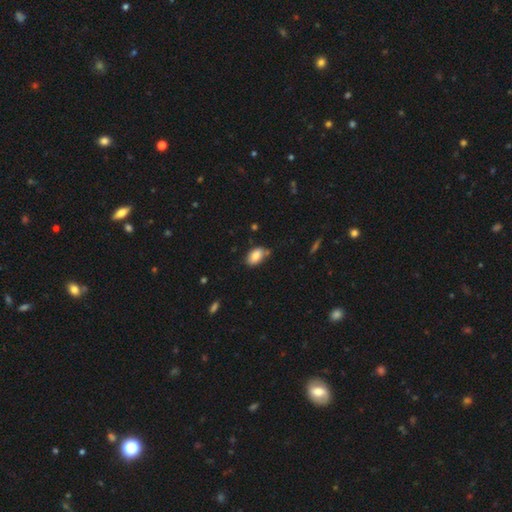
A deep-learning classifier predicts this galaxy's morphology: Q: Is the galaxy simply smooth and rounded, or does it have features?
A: smooth — 80%.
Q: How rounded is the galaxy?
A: in between — 91%.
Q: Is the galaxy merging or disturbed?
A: none — 64%.